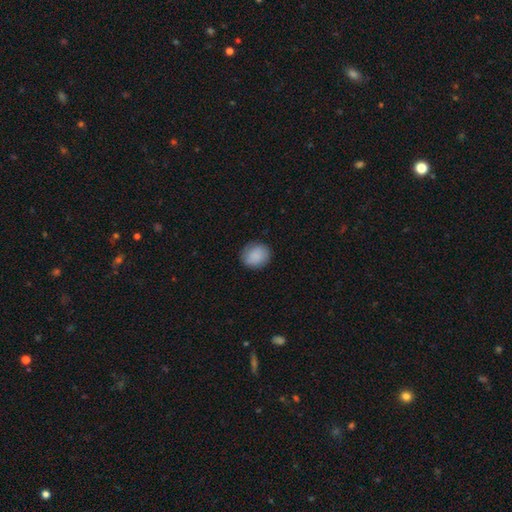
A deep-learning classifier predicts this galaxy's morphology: This is clearly a smooth galaxy (85%). How rounded: likely round (69%). Merging: clearly none (84%).